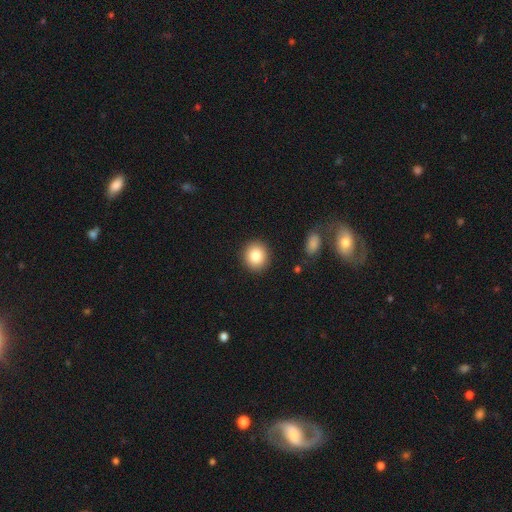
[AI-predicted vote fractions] This is clearly a smooth galaxy (84%). How rounded: clearly round (80%). Merging: clearly none (90%).